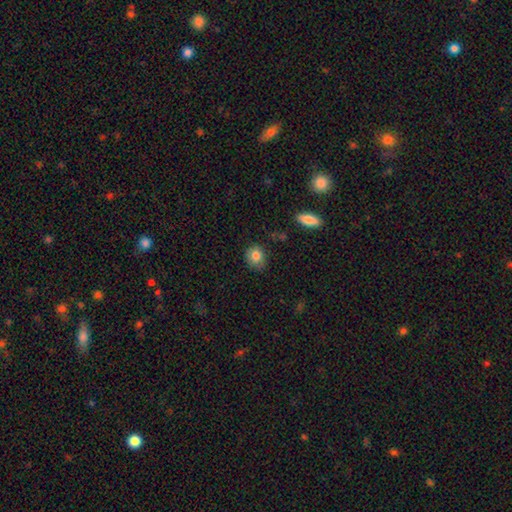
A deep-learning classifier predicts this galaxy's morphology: Smooth or featured?
  - smooth: 82% *
  - featured or disk: 9%
  - star or artifact: 9%
How rounded?
  - round: 64% *
  - in between: 35%
  - cigar-shaped: 1%
Merging?
  - none: 77% *
  - minor disturbance: 18%
  - major disturbance: 3%
  - merger: 2%